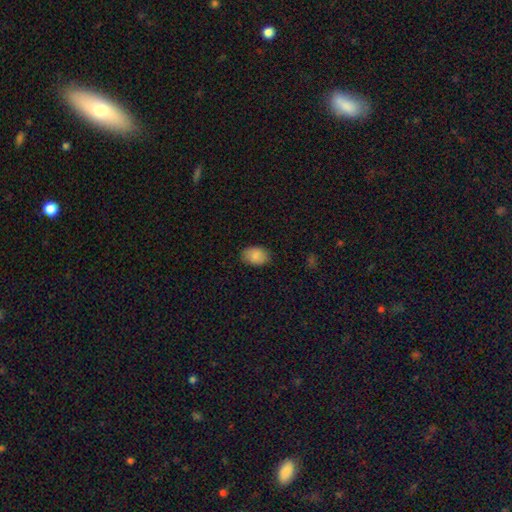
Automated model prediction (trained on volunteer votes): A smooth galaxy with no disk features (87%) that is in between round and cigar-shaped (82%).

Vote fractions:
- Smooth or featured? smooth: 87% / star or artifact: 7% / featured or disk: 5%
- How rounded? in between: 82% / round: 17% / cigar-shaped: 1%
- Merging? none: 85% / minor disturbance: 12% / major disturbance: 2% / merger: 1%